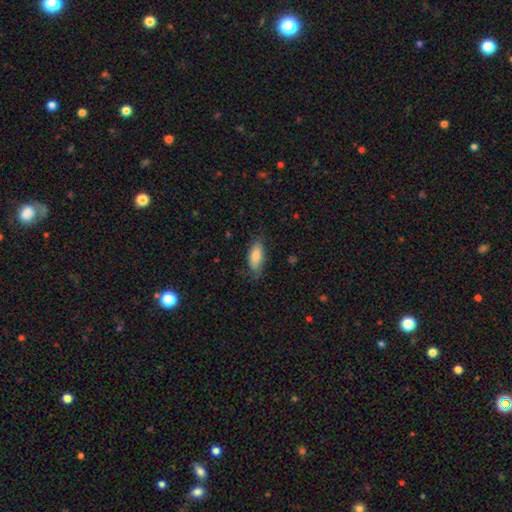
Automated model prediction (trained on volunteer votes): smooth_or_featured: smooth (p=0.79) [alt: featured or disk p=0.15]
how_rounded: in between (p=0.84) [alt: cigar-shaped p=0.13]
merging: none (p=0.70) [alt: minor disturbance p=0.22]